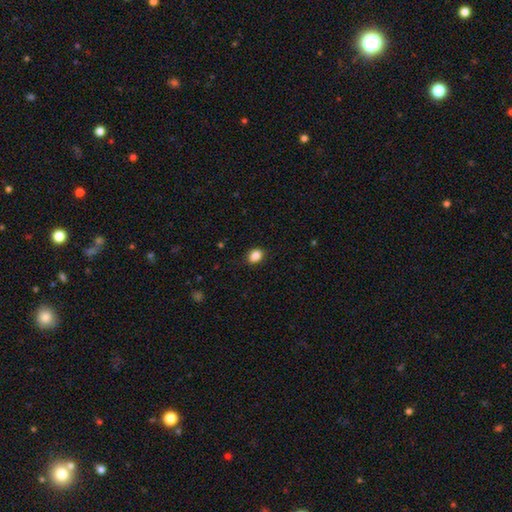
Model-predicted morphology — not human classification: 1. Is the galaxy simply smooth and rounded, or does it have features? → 87% smooth, 9% star or artifact, 4% featured or disk.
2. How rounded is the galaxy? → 61% in between, 38% round, 1% cigar-shaped.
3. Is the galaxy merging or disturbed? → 83% none, 14% minor disturbance, 3% major disturbance, 1% merger.